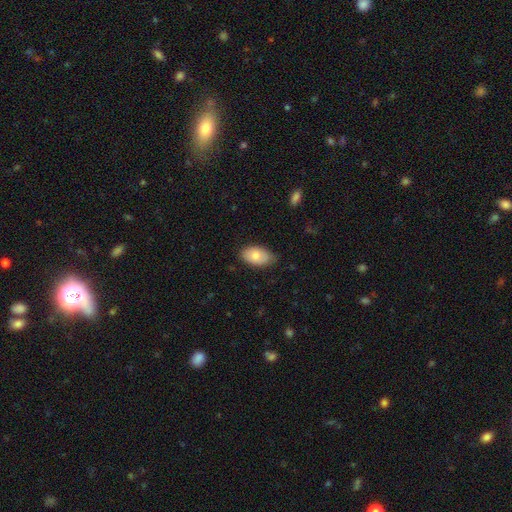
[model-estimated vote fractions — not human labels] The model was most divided on "merging": none: 77%, minor disturbance: 19%, major disturbance: 3%, merger: 1%. More confident: how rounded — in between (94%); smooth or featured — smooth (80%).